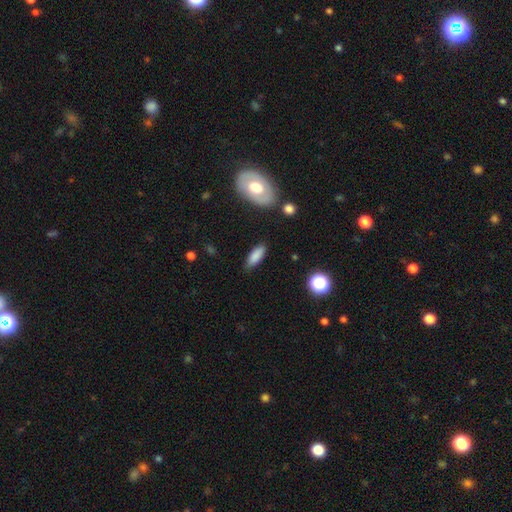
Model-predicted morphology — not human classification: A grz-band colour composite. It shows a smooth galaxy with no disk features (82%) that is in between round and cigar-shaped (71%). Merging: none (81%).